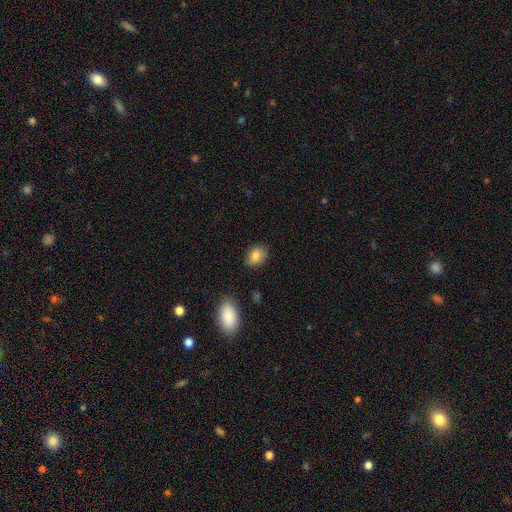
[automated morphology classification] Smooth or featured? smooth (84%)
How rounded? in between (66%)
Merging? none (83%)